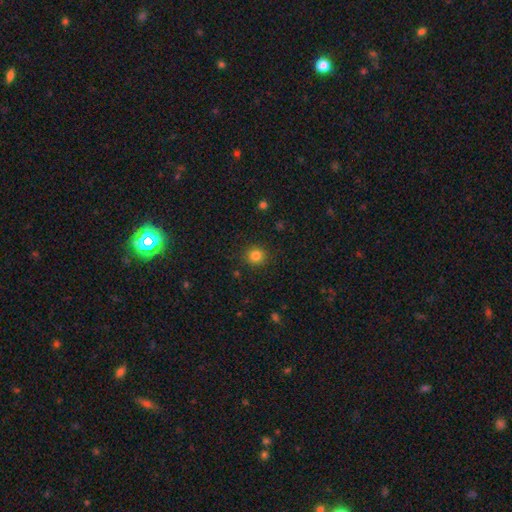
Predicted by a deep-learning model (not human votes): A smooth galaxy with no disk features (83%) that is round (91%).

Vote fractions:
- Smooth or featured? smooth: 83% / star or artifact: 12% / featured or disk: 5%
- How rounded? round: 91% / in between: 8% / cigar-shaped: 1%
- Merging? none: 90% / minor disturbance: 6% / major disturbance: 2% / merger: 1%